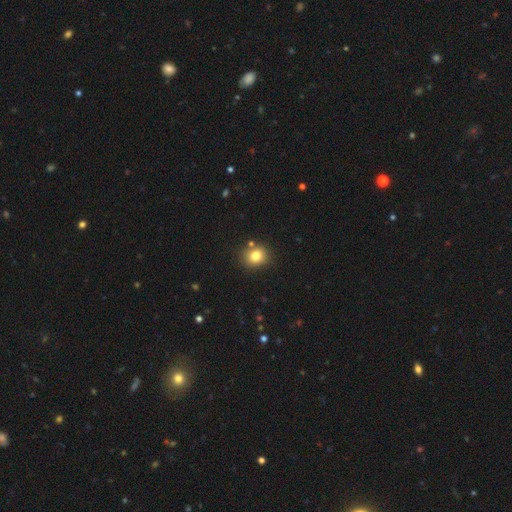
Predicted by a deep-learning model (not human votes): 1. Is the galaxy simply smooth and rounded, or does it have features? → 78% smooth, 13% star or artifact, 9% featured or disk.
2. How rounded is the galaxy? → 75% round, 24% in between, 1% cigar-shaped.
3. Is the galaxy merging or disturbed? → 81% none, 10% minor disturbance, 7% merger, 3% major disturbance.